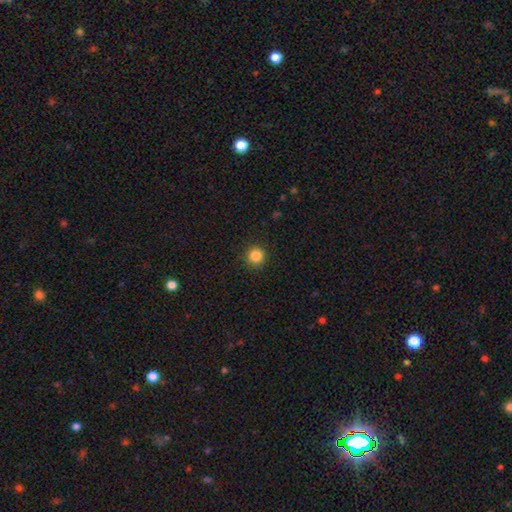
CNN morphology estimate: smooth 85%, star or artifact 11%, featured or disk 3%. Down the decision tree: how rounded — round (95%); merging — none (91%).